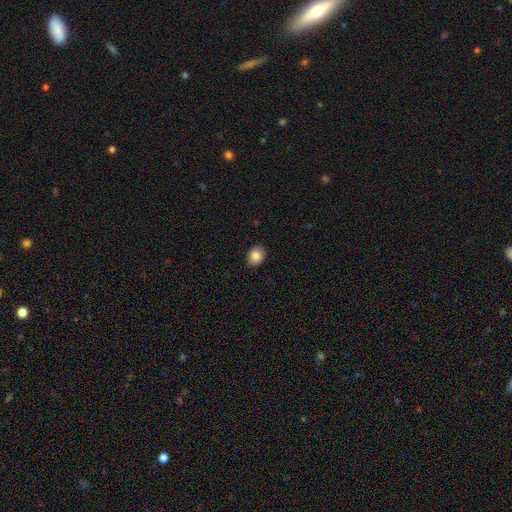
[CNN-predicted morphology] smooth-or-featured: smooth: 85% | star or artifact: 8% | featured or disk: 7%
  how-rounded: in between: 68% | round: 31% | cigar-shaped: 1%
  merging: none: 90% | minor disturbance: 7% | major disturbance: 2% | merger: 1%